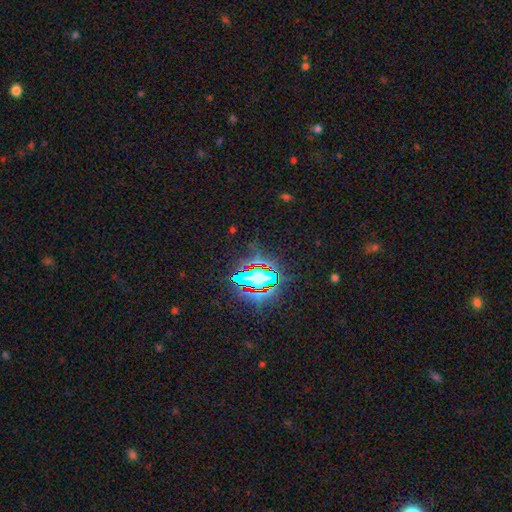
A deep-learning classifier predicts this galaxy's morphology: star or artifact 80%, smooth 11%, featured or disk 8%.